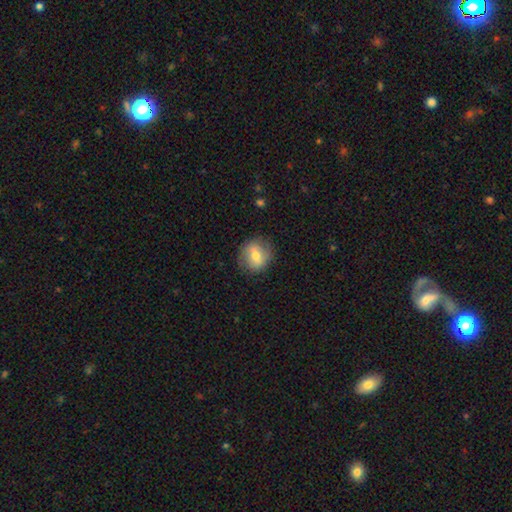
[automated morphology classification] Overall: smooth (60%; featured or disk 32%). How rounded: round (79%). Merging: none (82%).